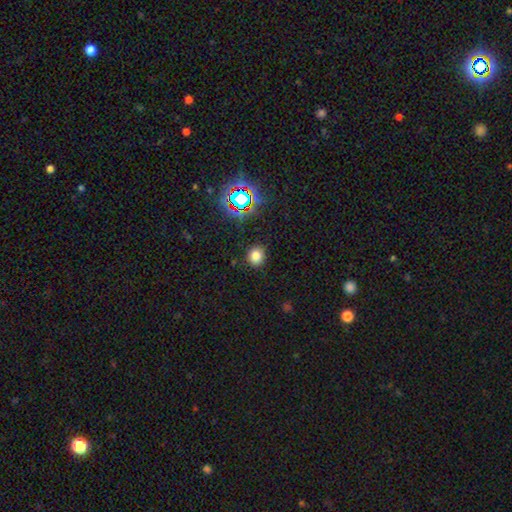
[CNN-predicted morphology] The model was most divided on "smooth or featured": smooth: 76%, star or artifact: 18%, featured or disk: 6%. More confident: merging — none (87%); how rounded — round (81%).